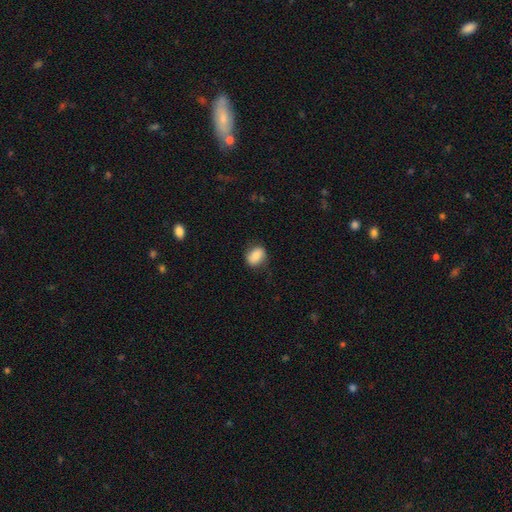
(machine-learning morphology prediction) A smooth galaxy with no disk features (80%) that is in between round and cigar-shaped (67%).

Vote fractions:
- Smooth or featured? smooth: 80% / featured or disk: 12% / star or artifact: 8%
- How rounded? in between: 67% / round: 31% / cigar-shaped: 1%
- Merging? none: 76% / minor disturbance: 18% / major disturbance: 5% / merger: 1%